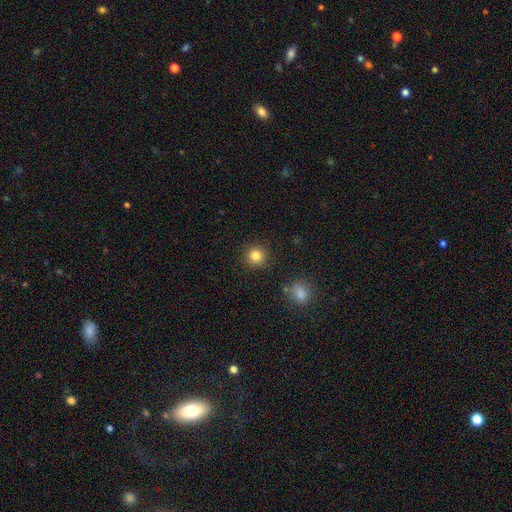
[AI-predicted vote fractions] smooth_or_featured: smooth (p=0.83) [alt: star or artifact p=0.12]
how_rounded: round (p=0.93) [alt: in between p=0.06]
merging: none (p=0.89) [alt: minor disturbance p=0.07]